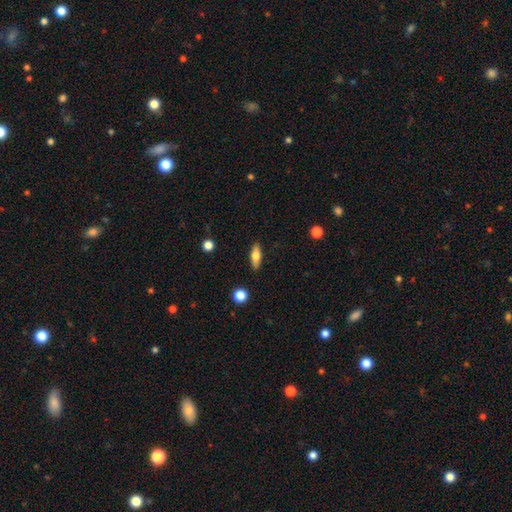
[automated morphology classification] Overall: smooth (66%; featured or disk 27%). How rounded: in between (62%; cigar-shaped 34%). Merging: none (87%).